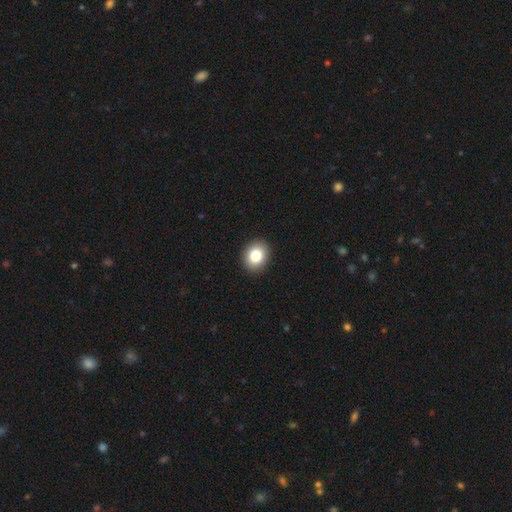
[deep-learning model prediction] smooth_or_featured: smooth (p=0.83) [alt: star or artifact p=0.09]
how_rounded: round (p=0.53) [alt: in between p=0.46]
merging: none (p=0.91) [alt: minor disturbance p=0.06]